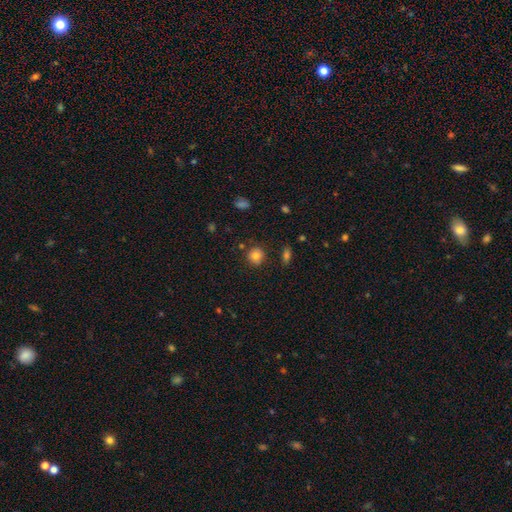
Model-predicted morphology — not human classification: A smooth galaxy with no disk features (77%) that is round (85%). Merging: none (79%).